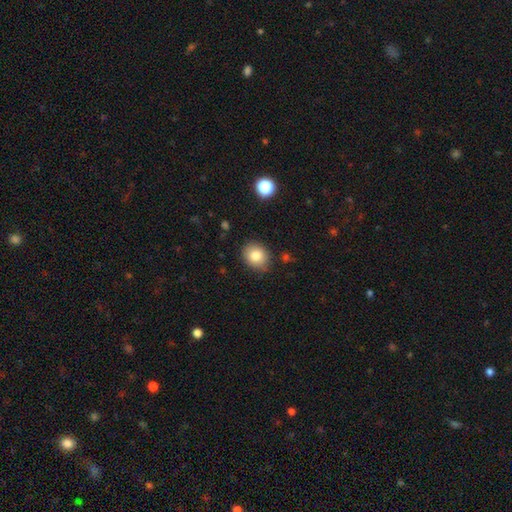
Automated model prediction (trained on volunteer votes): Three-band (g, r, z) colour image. It shows a smooth galaxy with no disk features (82%) that is round (64%). Merging: none (84%).